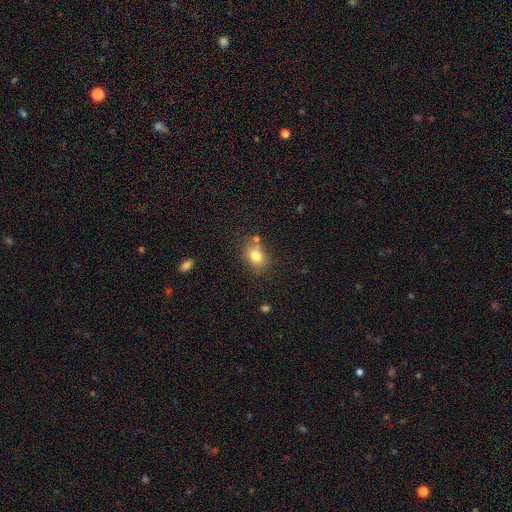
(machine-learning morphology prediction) A smooth galaxy with no disk features (78%) that is in between round and cigar-shaped (61%). Merging: none (66%).